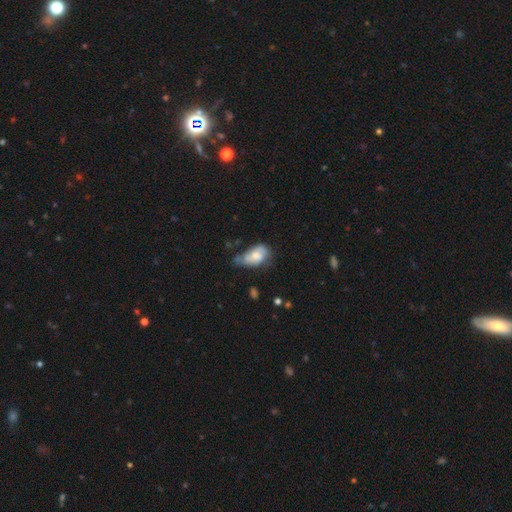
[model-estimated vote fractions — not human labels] Q: Smooth or featured?
A: smooth (55%); runner-up: featured or disk (37%)
Q: How rounded?
A: in between (89%); runner-up: round (8%)
Q: Merging?
A: minor disturbance (38%); runner-up: none (30%)